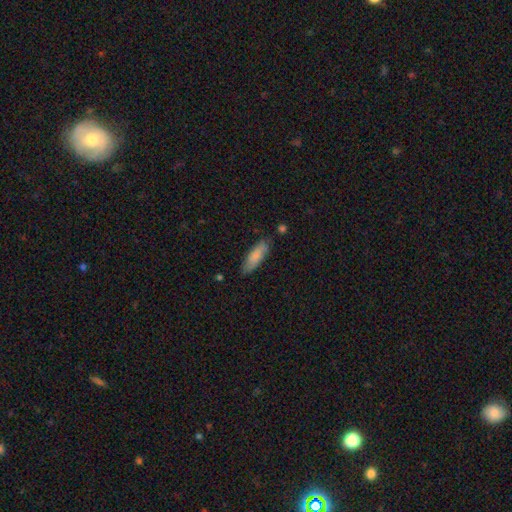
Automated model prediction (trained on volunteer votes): Smooth or featured? Predicted: smooth (p=0.80). How rounded? Predicted: in between (p=0.51). Merging? Predicted: none (p=0.76).